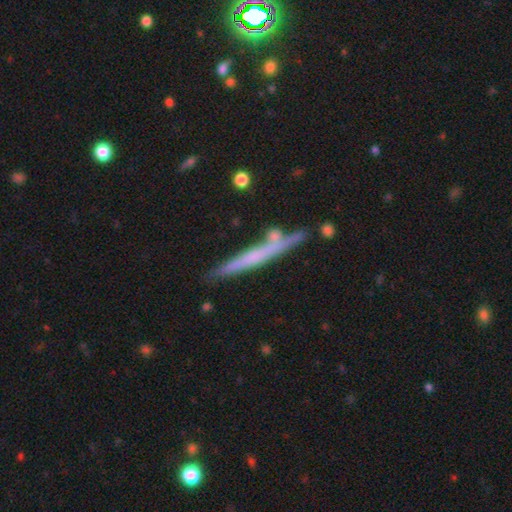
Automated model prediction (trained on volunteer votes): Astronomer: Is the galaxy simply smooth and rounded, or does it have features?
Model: featured or disk — 50% (runner-up: smooth, 43%).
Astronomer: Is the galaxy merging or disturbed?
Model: none — 77%.